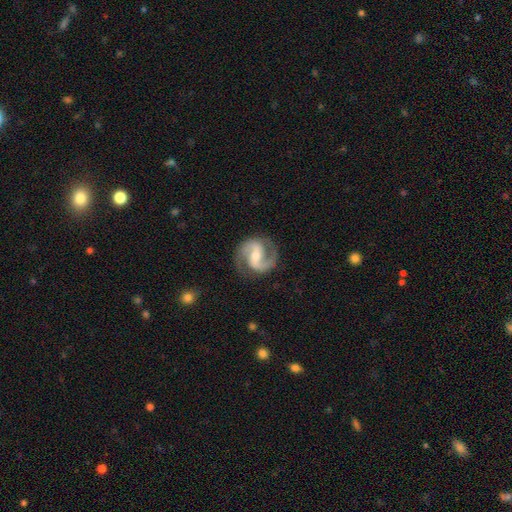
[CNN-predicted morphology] Smooth or featured? featured or disk (91%)
Edge-on disk? no (98%)
Bar? weak (45%)
Spiral arms? yes (98%)
Spiral winding? medium (61%)
Spiral arm count? 2 (93%)
Bulge size? moderate (56%)
Merging? none (83%)